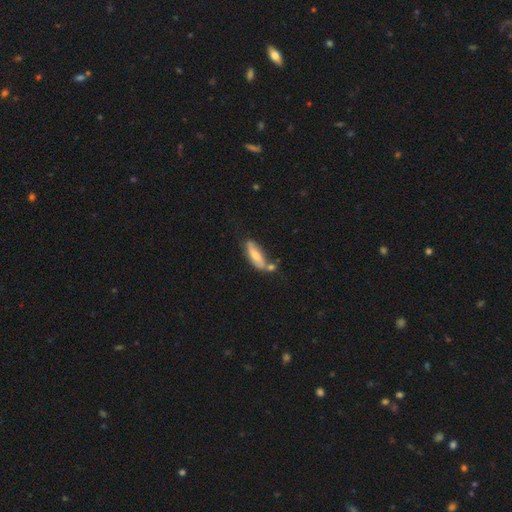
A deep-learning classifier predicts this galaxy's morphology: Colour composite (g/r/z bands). It shows a smooth galaxy with no disk features (60%) that is in between round and cigar-shaped (50%). Merging: none (52%).